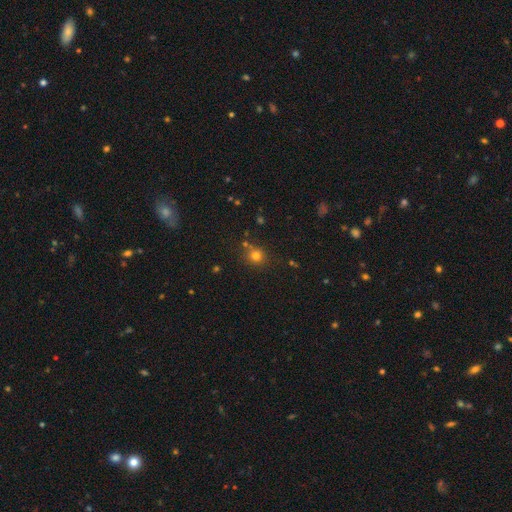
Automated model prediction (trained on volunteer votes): This appears to be a smooth galaxy with no disk features (74%) that is round (88%). Merging: none (77%).